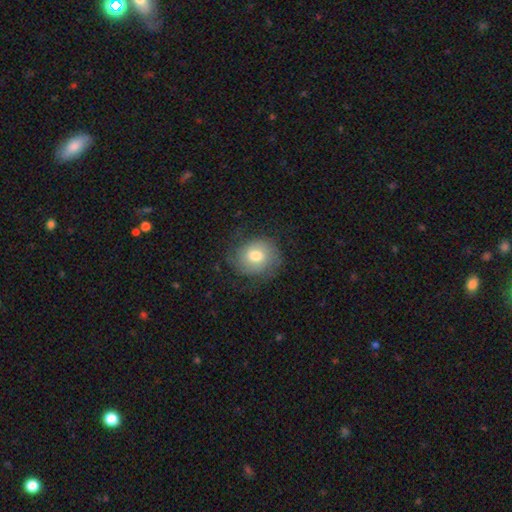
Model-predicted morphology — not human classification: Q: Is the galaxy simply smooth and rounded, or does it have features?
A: smooth — 52%.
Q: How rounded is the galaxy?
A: round — 67%.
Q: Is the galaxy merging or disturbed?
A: none — 66%.